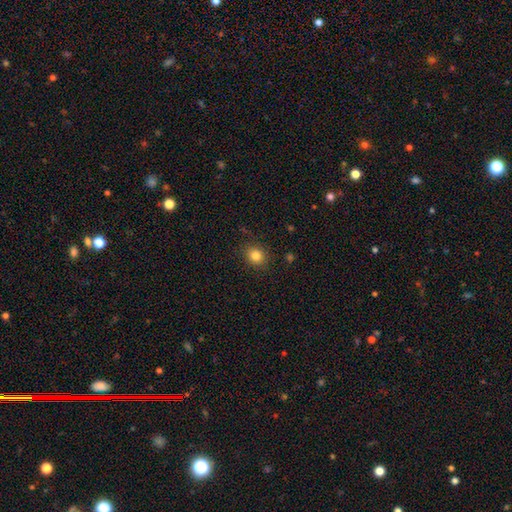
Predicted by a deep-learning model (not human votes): Morphology: type=smooth (83%); roundness=round (74%); merging=none (87%).